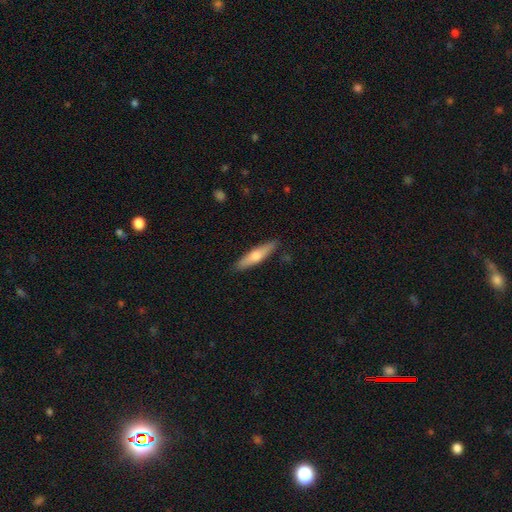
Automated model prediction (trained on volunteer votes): Smooth or featured? smooth (54%)
How rounded? cigar-shaped (82%)
Merging? none (89%)